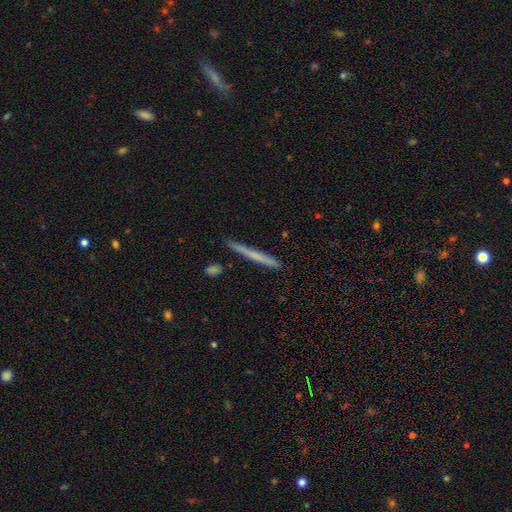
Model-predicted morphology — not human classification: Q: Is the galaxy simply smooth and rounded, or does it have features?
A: smooth — 52%.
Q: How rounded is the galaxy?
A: cigar-shaped — 97%.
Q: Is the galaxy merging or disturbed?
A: none — 88%.